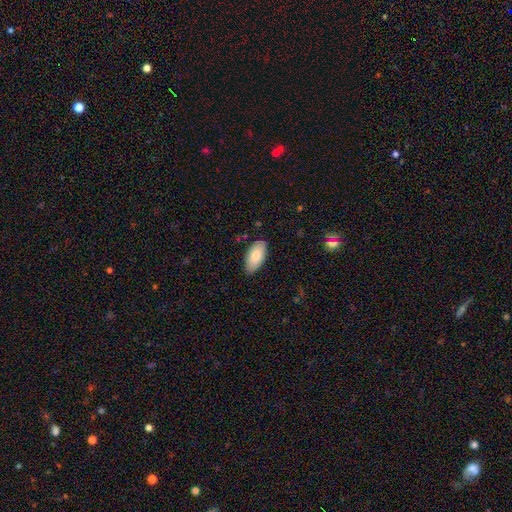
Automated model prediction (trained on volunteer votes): Smooth or featured? Predicted: smooth (p=0.83). How rounded? Predicted: in between (p=0.95). Merging? Predicted: none (p=0.83).